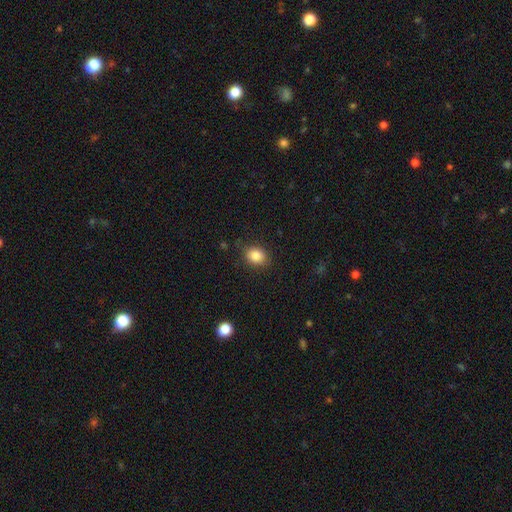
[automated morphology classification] smooth_or_featured: smooth (p=0.85) [alt: star or artifact p=0.10]
how_rounded: in between (p=0.51) [alt: round p=0.48]
merging: none (p=0.84) [alt: minor disturbance p=0.12]